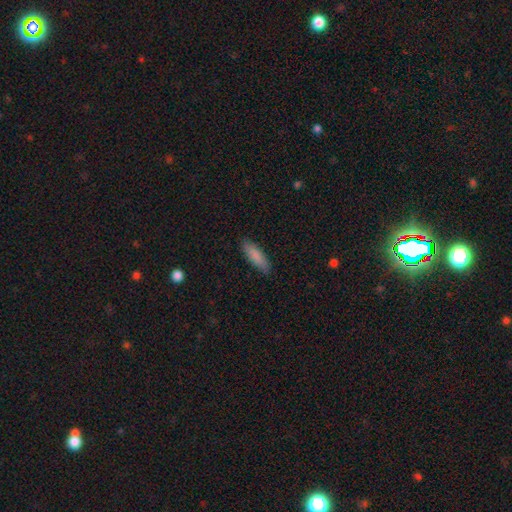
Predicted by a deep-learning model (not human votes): Overall: smooth (86%). How rounded: in between (50%; cigar-shaped 49%). Merging: none (86%).